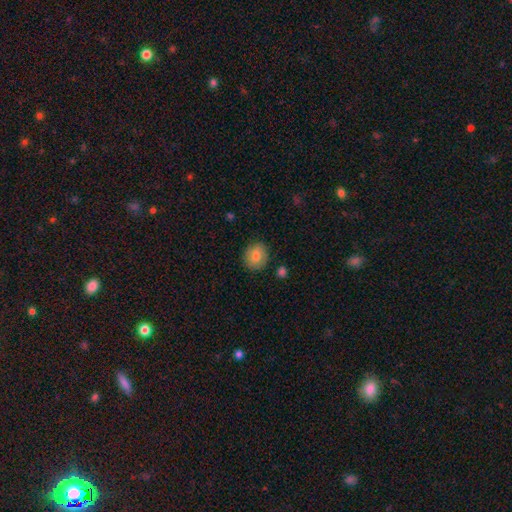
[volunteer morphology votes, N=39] Smooth or featured?
  - smooth: 85% *
  - featured or disk: 8%
  - star or artifact: 8%
How rounded?
  - round: 76% *
  - in between: 24%
  - cigar-shaped: 0%
Merging?
  - none: 89% *
  - minor disturbance: 8%
  - major disturbance: 3%
  - merger: 0%